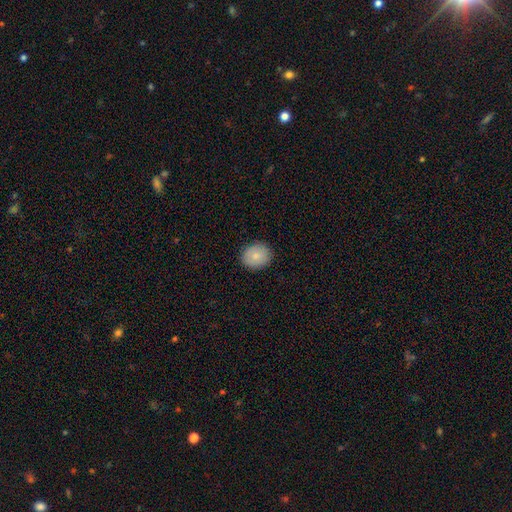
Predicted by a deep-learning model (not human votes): Smooth or featured? smooth (84%)
How rounded? round (67%)
Merging? none (90%)